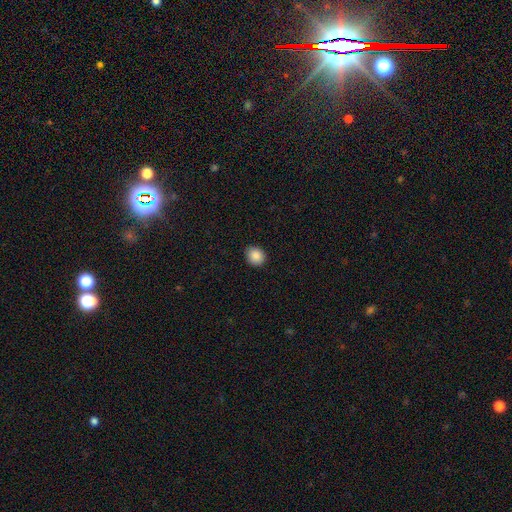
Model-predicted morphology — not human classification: Smooth or featured: smooth — 88% (star or artifact — 9%)
How rounded: round — 74% (in between — 25%)
Merging: none — 89% (minor disturbance — 8%)